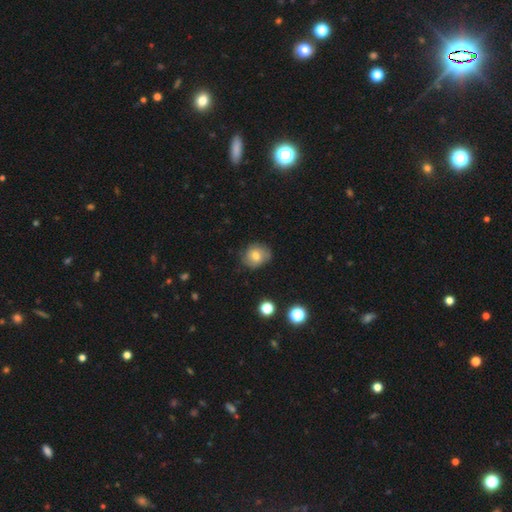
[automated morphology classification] A smooth galaxy with no disk features (67%) that is round (67%).

Vote fractions:
- Smooth or featured? smooth: 67% / featured or disk: 22% / star or artifact: 11%
- How rounded? round: 67% / in between: 32% / cigar-shaped: 1%
- Merging? none: 73% / minor disturbance: 21% / major disturbance: 5% / merger: 1%